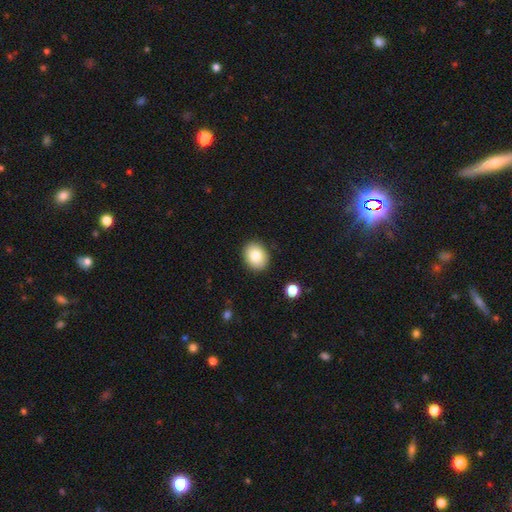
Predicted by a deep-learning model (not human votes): smooth 81%, featured or disk 10%, star or artifact 9%. Down the decision tree: how rounded — round (50%); merging — none (89%).